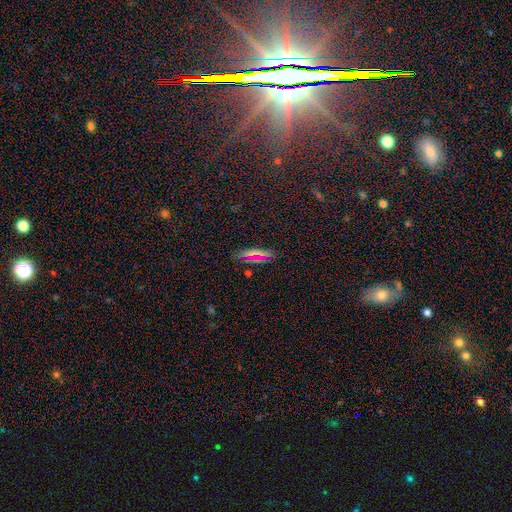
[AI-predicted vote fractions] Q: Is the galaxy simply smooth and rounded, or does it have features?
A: smooth — 68%.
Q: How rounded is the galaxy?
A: in between — 52%.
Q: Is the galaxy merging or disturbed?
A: none — 81%.